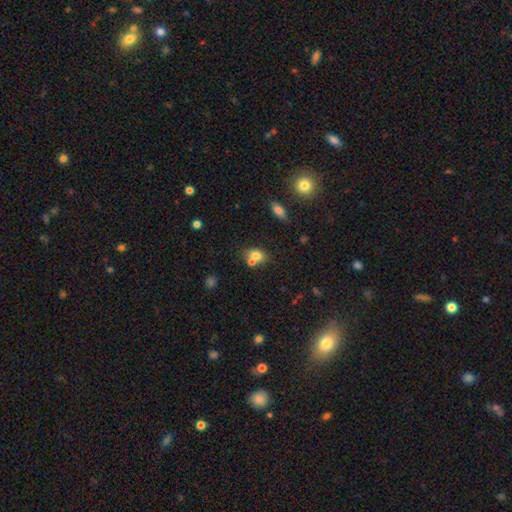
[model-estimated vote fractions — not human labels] Smooth or featured: smooth — 73% (featured or disk — 15%)
How rounded: in between — 65% (round — 33%)
Merging: none — 44% (merger — 40%)